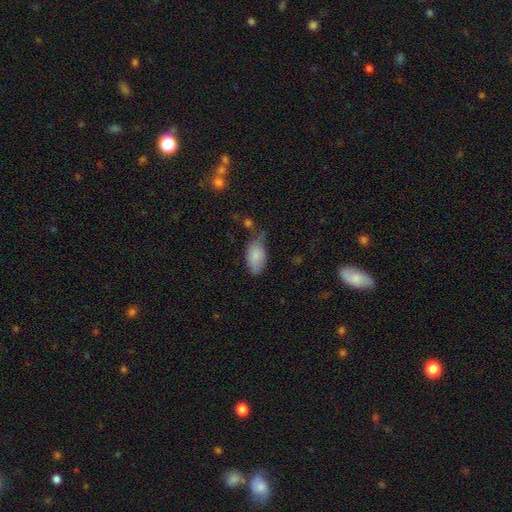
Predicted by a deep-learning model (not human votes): smooth 84%, featured or disk 9%, star or artifact 7%. Down the decision tree: how rounded — in between (94%); merging — minor disturbance (40%, tied with none).